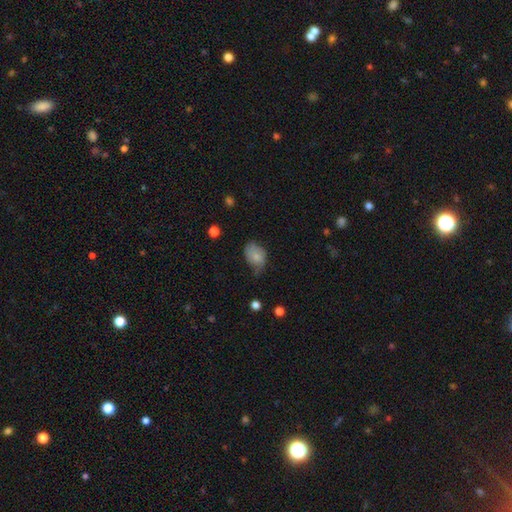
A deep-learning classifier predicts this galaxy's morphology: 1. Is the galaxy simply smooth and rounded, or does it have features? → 72% smooth, 20% featured or disk, 8% star or artifact.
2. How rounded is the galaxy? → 76% in between, 23% round, 1% cigar-shaped.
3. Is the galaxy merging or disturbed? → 43% minor disturbance, 41% none, 15% major disturbance, 2% merger.